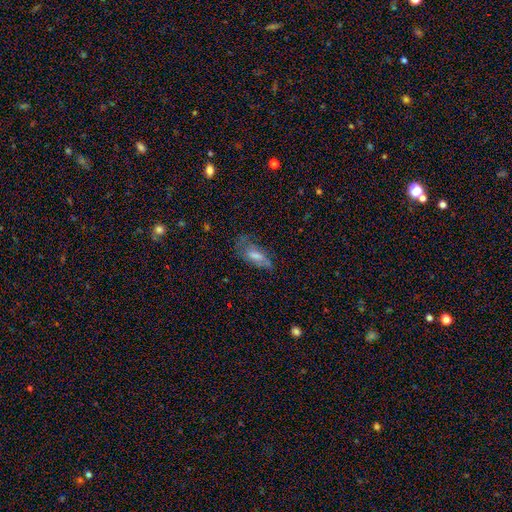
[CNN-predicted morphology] Smooth or featured?
  - smooth: 55% *
  - featured or disk: 33%
  - star or artifact: 12%
How rounded?
  - in between: 72% *
  - cigar-shaped: 25%
  - round: 3%
Merging?
  - none: 44% *
  - minor disturbance: 29%
  - major disturbance: 23%
  - merger: 3%